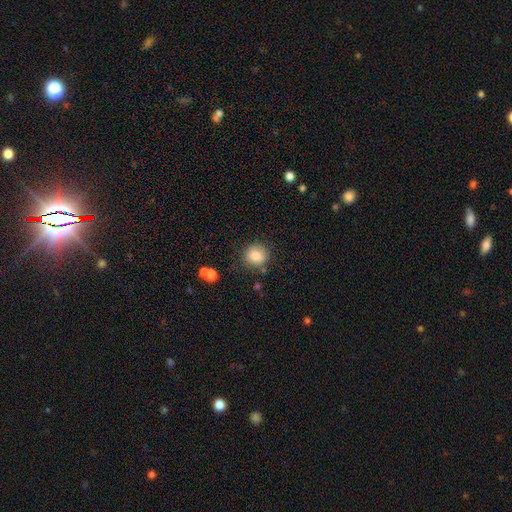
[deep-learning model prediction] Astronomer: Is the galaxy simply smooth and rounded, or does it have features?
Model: smooth — 83%.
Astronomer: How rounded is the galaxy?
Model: round — 88%.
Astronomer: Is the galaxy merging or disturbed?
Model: none — 81%.